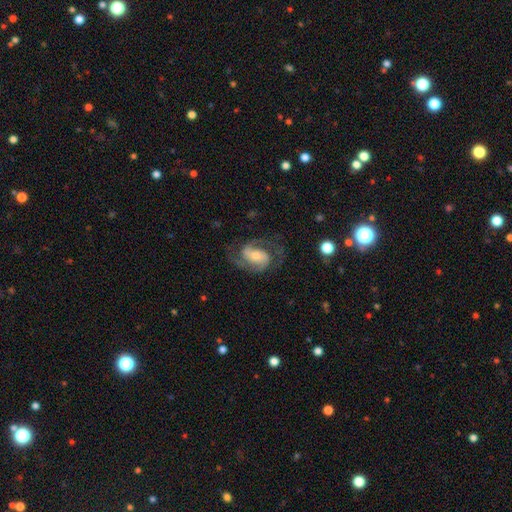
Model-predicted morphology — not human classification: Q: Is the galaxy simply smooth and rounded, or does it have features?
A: featured or disk — 85%.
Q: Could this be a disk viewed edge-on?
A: no — 97%.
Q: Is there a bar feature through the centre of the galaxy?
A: no — 44%.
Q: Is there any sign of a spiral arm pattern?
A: yes — 95%.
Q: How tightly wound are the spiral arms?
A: medium — 54%.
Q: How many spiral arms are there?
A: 2 — 81%.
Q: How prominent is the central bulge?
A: small — 49%.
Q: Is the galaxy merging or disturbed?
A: none — 68%.